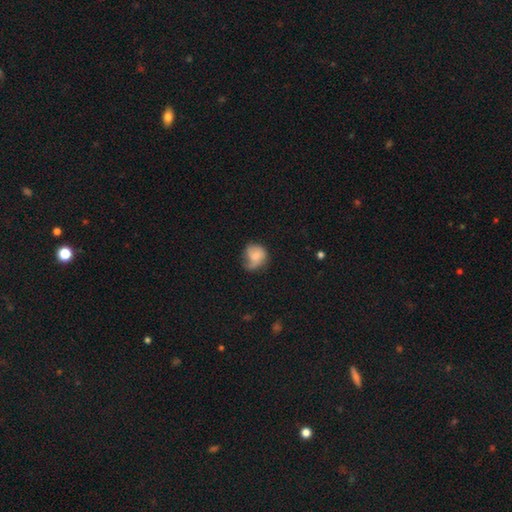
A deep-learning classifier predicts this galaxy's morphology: This is possibly a smooth galaxy (57%). How rounded: likely round (66%). Merging: marginally none (37%).